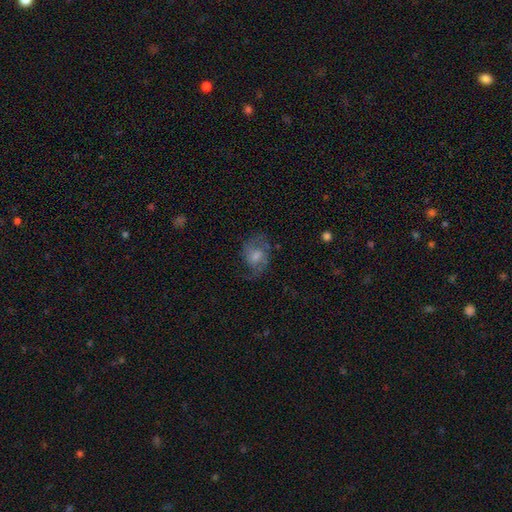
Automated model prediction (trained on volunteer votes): Q: Smooth or featured?
A: featured or disk (60%); runner-up: smooth (29%)
Q: Edge-on disk?
A: no (97%); runner-up: yes (3%)
Q: Bar?
A: no (54%); runner-up: weak (40%)
Q: Spiral arms?
A: yes (85%); runner-up: no (15%)
Q: Bulge size?
A: moderate (46%); runner-up: small (28%)
Q: Merging?
A: none (61%); runner-up: minor disturbance (21%)